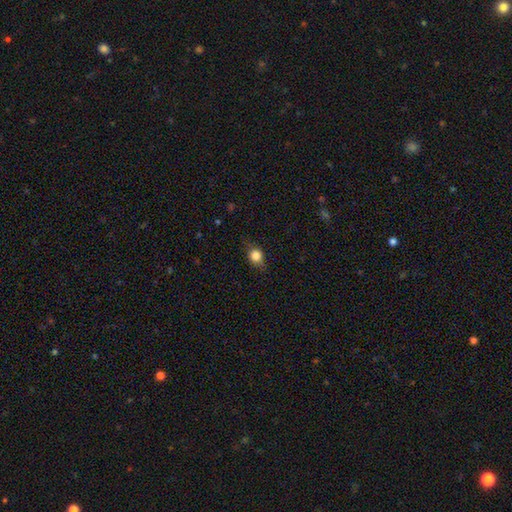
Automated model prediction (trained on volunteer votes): Smooth or featured: smooth — 80% (featured or disk — 10%)
How rounded: round — 61% (in between — 37%)
Merging: none — 77% (minor disturbance — 18%)